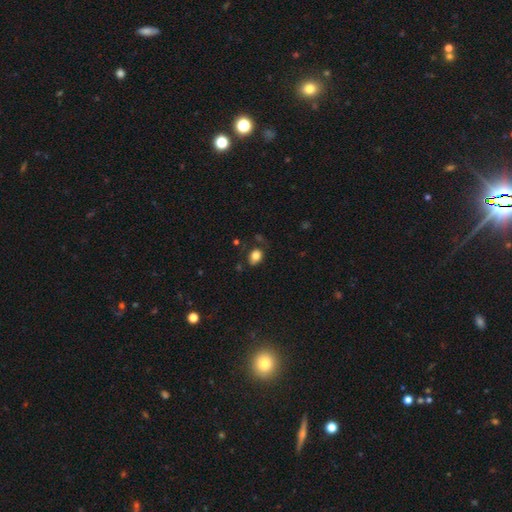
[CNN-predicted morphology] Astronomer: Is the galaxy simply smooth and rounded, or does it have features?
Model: smooth — 82%.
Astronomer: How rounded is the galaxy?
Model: in between — 70%.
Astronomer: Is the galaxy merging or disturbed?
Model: none — 68%.